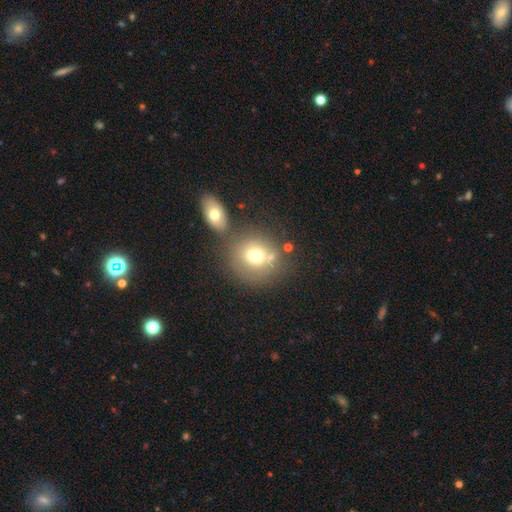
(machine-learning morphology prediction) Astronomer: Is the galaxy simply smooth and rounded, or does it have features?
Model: smooth — 71%.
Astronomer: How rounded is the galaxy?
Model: round — 84%.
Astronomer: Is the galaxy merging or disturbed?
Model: none — 55%.